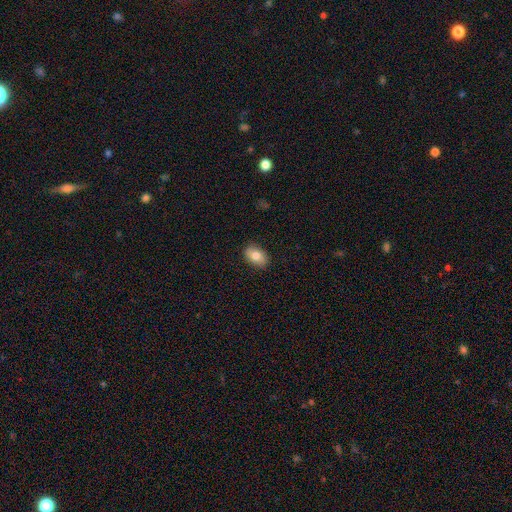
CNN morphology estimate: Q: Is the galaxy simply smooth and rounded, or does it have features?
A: smooth — 80%.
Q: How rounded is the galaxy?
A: in between — 83%.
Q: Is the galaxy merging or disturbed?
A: none — 87%.